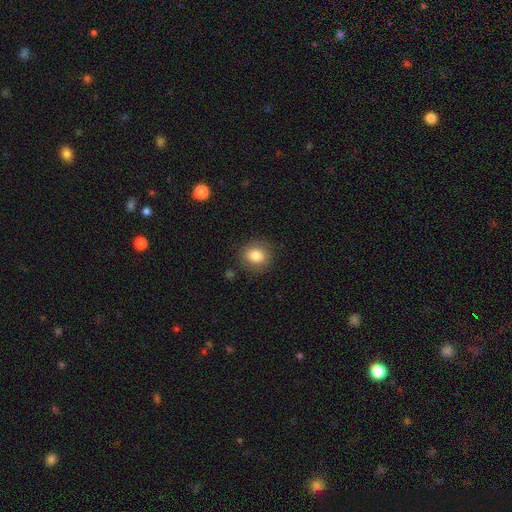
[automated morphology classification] smooth 82%, star or artifact 9%, featured or disk 8%. Down the decision tree: how rounded — round (76%); merging — none (86%).